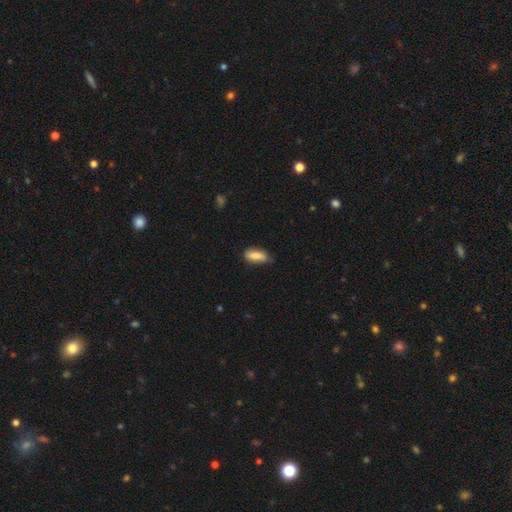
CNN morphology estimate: type=smooth (82%); roundness=in between (79%); merging=none (63%).